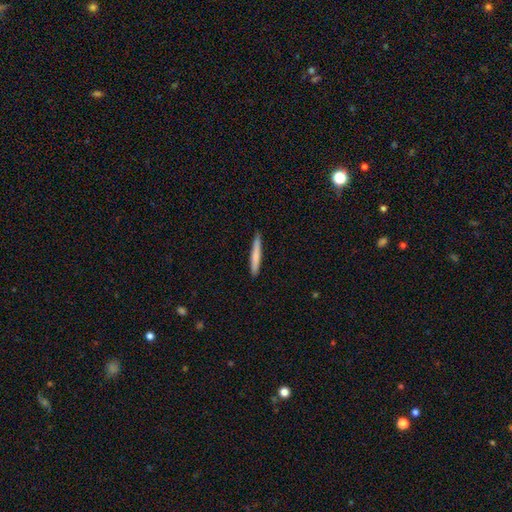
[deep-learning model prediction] Smooth or featured?
  - smooth: 75% *
  - featured or disk: 19%
  - star or artifact: 5%
How rounded?
  - cigar-shaped: 96% *
  - in between: 3%
  - round: 1%
Merging?
  - none: 89% *
  - minor disturbance: 8%
  - major disturbance: 1%
  - merger: 1%